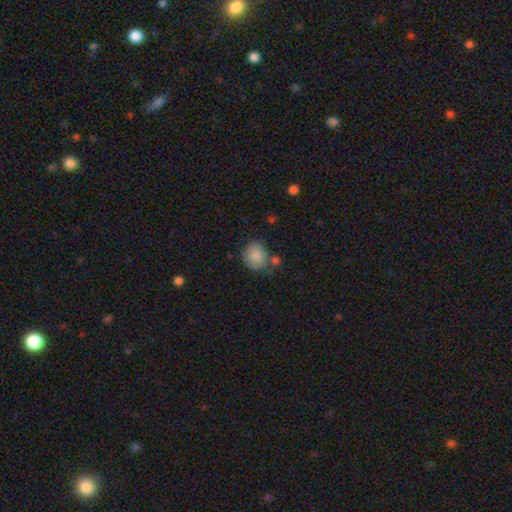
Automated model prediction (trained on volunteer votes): smooth 86%, star or artifact 8%, featured or disk 6%. Down the decision tree: how rounded — round (75%); merging — none (67%).